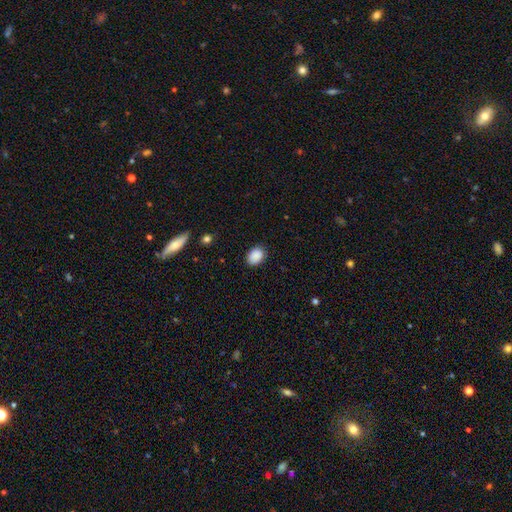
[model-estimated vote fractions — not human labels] A smooth galaxy with no disk features (89%) that is in between round and cigar-shaped (73%). Merging: none (84%).